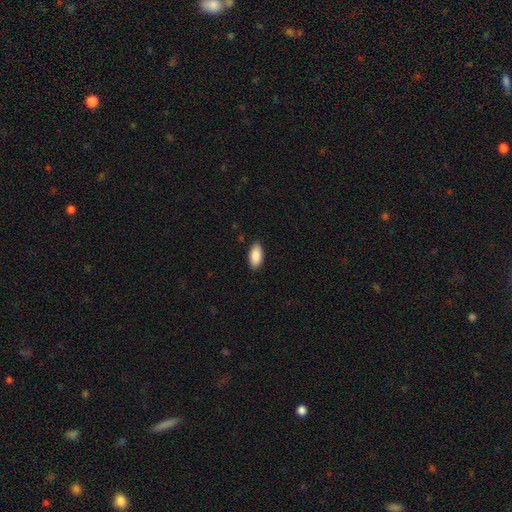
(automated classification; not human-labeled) Smooth or featured? Predicted: smooth (p=0.90). How rounded? Predicted: in between (p=0.93). Merging? Predicted: none (p=0.89).